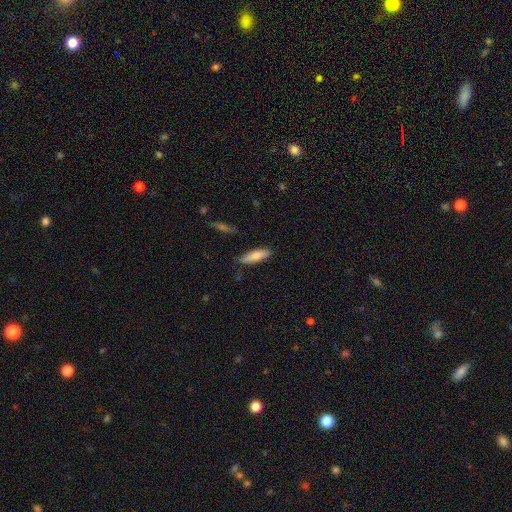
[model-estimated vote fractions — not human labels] A smooth galaxy with no disk features (82%) that is cigar-shaped (56%).

Vote fractions:
- Smooth or featured? smooth: 82% / featured or disk: 12% / star or artifact: 6%
- How rounded? cigar-shaped: 56% / in between: 42% / round: 2%
- Merging? none: 81% / minor disturbance: 15% / major disturbance: 3% / merger: 2%